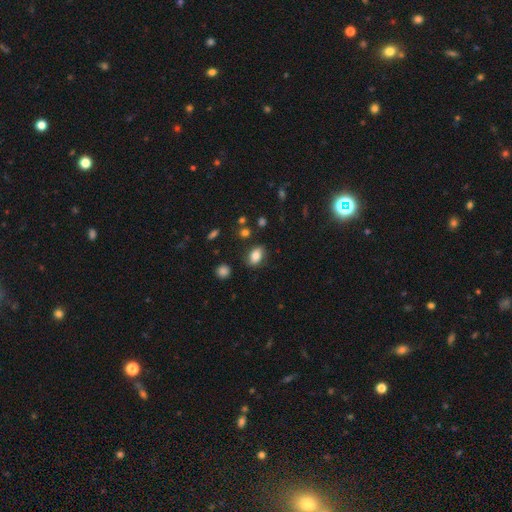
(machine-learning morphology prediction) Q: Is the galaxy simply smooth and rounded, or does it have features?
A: smooth — 82%.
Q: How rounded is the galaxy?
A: in between — 86%.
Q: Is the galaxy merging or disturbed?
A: none — 82%.